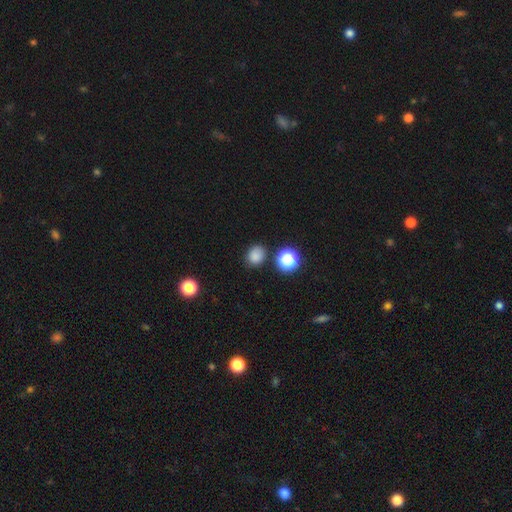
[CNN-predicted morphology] Overall: smooth (81%). How rounded: round (63%; in between 36%). Merging: none (79%).